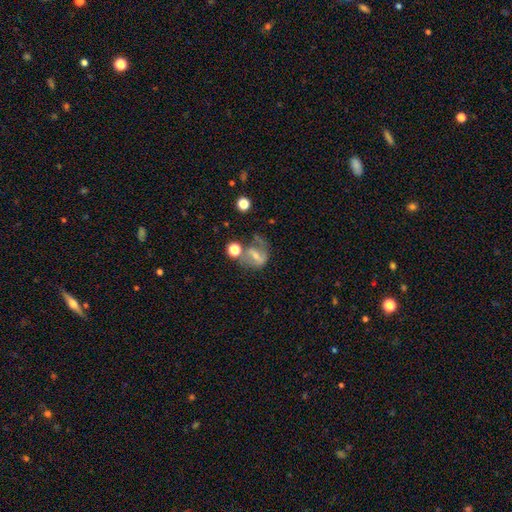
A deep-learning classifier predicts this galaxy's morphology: smooth-or-featured: featured or disk: 53% | smooth: 34% | star or artifact: 12%
  disk-edge-on: no: 96% | yes: 4%
    bar: strong: 42% | weak: 36% | no: 22%
    has-spiral-arms: yes: 65% | no: 35%
    bulge-size: small: 50% | moderate: 36% | none: 9% | large: 4% | dominant: 2%
  merging: none: 38% | major disturbance: 24% | minor disturbance: 20% | merger: 19%